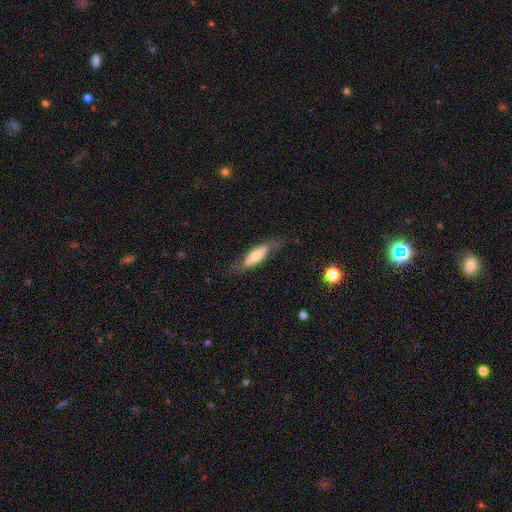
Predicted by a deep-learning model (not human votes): Smooth or featured? smooth (53%)
How rounded? in between (55%)
Merging? none (70%)